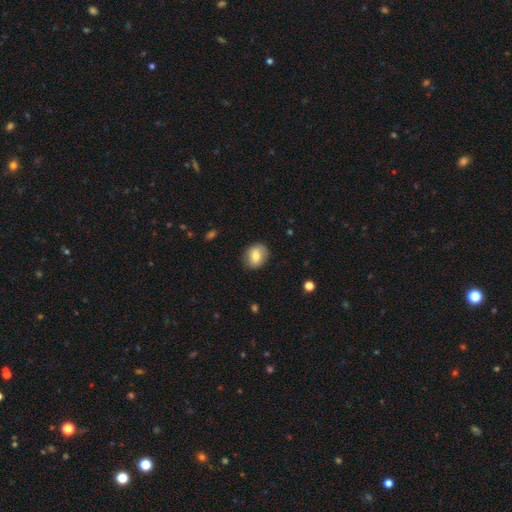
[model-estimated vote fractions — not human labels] Smooth or featured?
  - smooth: 76% *
  - featured or disk: 16%
  - star or artifact: 8%
How rounded?
  - round: 53% *
  - in between: 46%
  - cigar-shaped: 1%
Merging?
  - none: 83% *
  - minor disturbance: 13%
  - major disturbance: 3%
  - merger: 1%